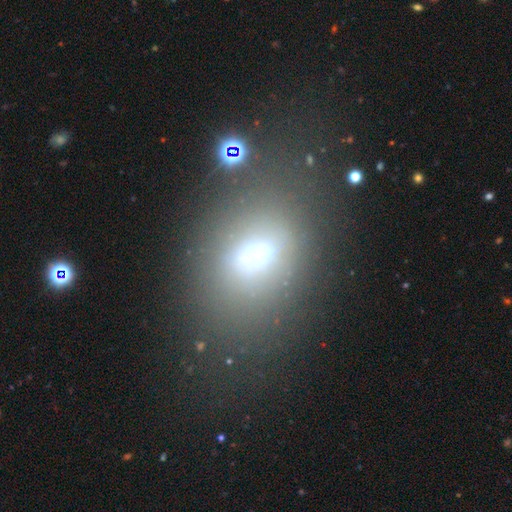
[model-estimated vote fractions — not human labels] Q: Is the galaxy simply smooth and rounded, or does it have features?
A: smooth — 56%.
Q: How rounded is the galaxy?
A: in between — 70%.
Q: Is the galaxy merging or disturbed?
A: none — 66%.